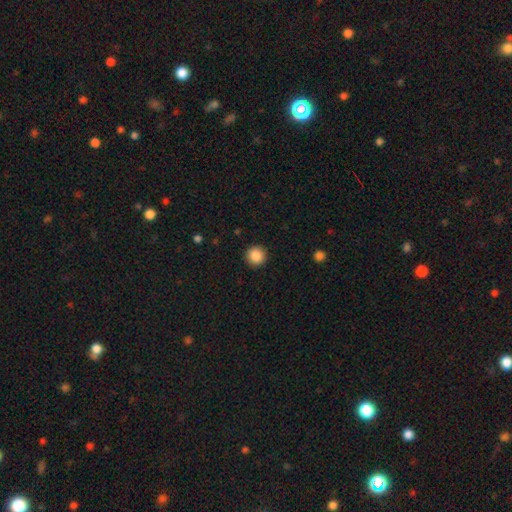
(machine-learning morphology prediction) A smooth galaxy with no disk features (87%) that is round (95%).

Vote fractions:
- Smooth or featured? smooth: 87% / star or artifact: 9% / featured or disk: 4%
- How rounded? round: 95% / in between: 4% / cigar-shaped: 1%
- Merging? none: 92% / minor disturbance: 5% / major disturbance: 2% / merger: 1%